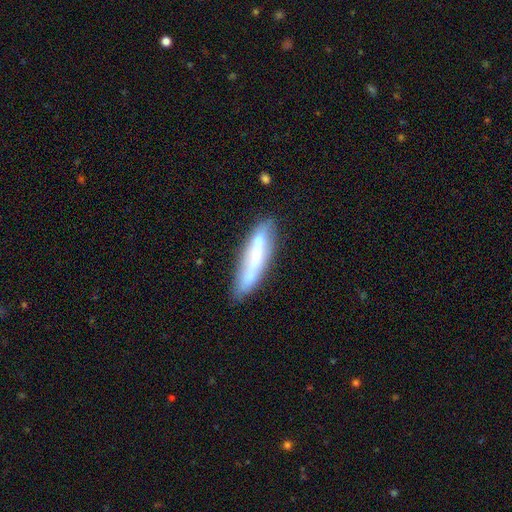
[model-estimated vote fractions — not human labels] Smooth or featured? smooth (47%)
Merging? none (64%)